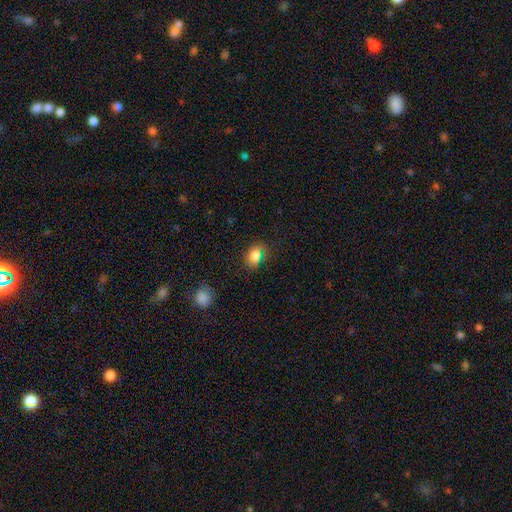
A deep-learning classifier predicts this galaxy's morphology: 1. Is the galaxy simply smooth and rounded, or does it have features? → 79% smooth, 15% star or artifact, 5% featured or disk.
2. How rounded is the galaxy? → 70% in between, 28% round, 2% cigar-shaped.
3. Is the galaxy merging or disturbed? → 77% none, 16% minor disturbance, 5% major disturbance, 2% merger.